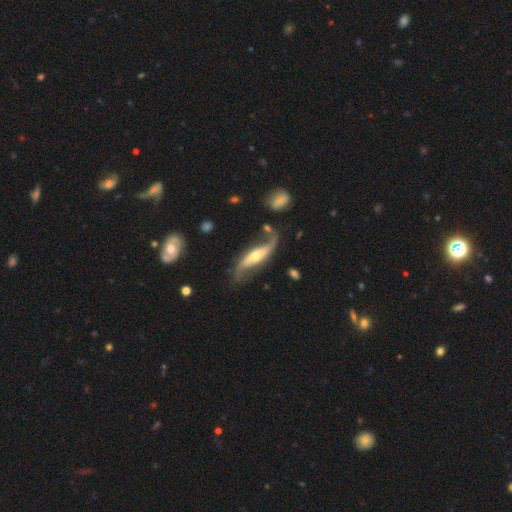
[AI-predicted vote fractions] This is clearly a featured or disk galaxy (85%). It is clearly not viewed edge-on (83%). Bar: marginally strong (37%). Spiral arm pattern: clearly yes (94%). Spiral arm count: clearly 2 (91%). Spiral winding: likely loose (79%). Central bulge: possibly moderate (58%). Merging: likely none (61%).